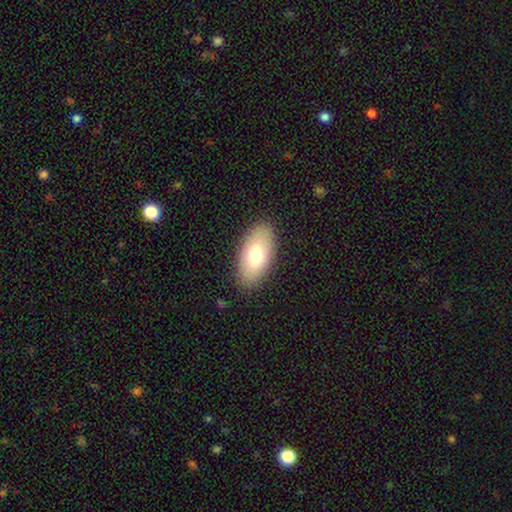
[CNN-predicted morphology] smooth_or_featured: smooth (p=0.73) [alt: featured or disk p=0.19]
how_rounded: in between (p=0.93) [alt: cigar-shaped p=0.04]
merging: none (p=0.87) [alt: minor disturbance p=0.09]